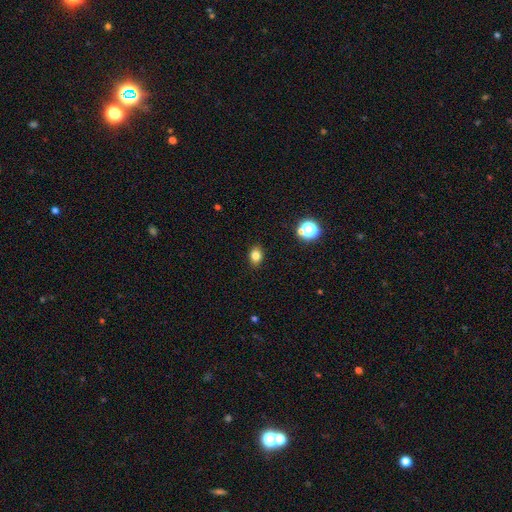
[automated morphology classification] smooth_or_featured: smooth (p=0.80) [alt: star or artifact p=0.13]
how_rounded: in between (p=0.67) [alt: round p=0.32]
merging: none (p=0.88) [alt: minor disturbance p=0.09]